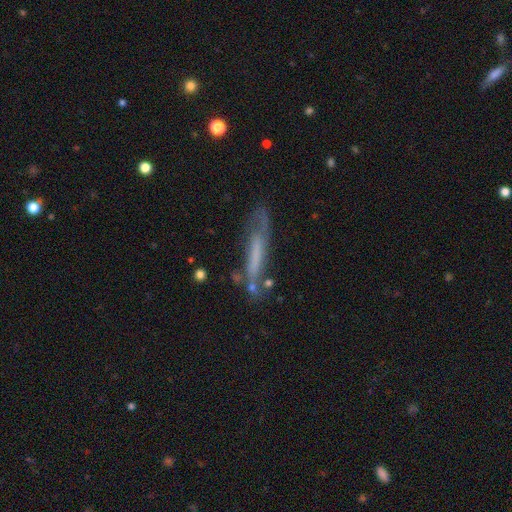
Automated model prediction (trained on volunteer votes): This appears to be a featured or disk galaxy (49%). Merging: none (54%).